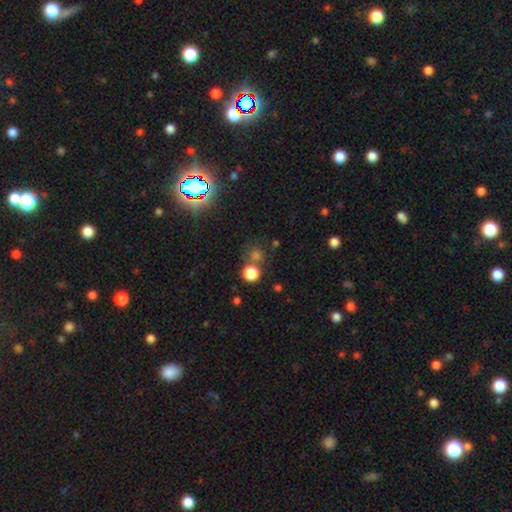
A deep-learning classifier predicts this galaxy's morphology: Smooth or featured?
  - smooth: 60% *
  - star or artifact: 33%
  - featured or disk: 7%
How rounded?
  - round: 89% *
  - in between: 10%
  - cigar-shaped: 1%
Merging?
  - none: 71% *
  - merger: 18%
  - minor disturbance: 8%
  - major disturbance: 4%